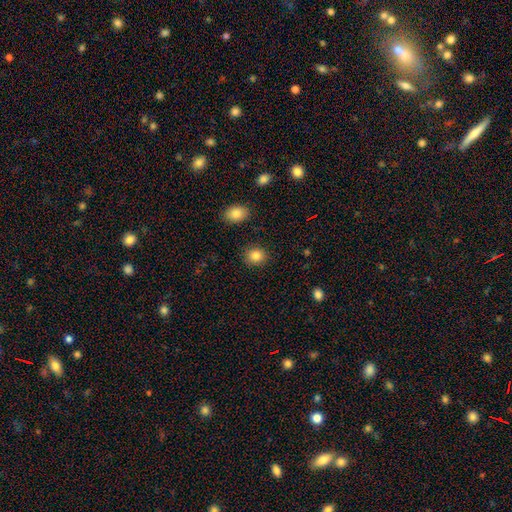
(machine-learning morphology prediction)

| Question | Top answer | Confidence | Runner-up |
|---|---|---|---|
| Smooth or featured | smooth | 84% | star or artifact (10%) |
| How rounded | round | 72% | in between (27%) |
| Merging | none | 89% | minor disturbance (7%) |